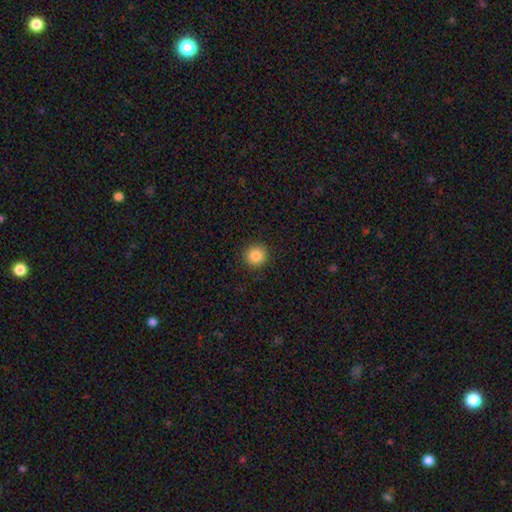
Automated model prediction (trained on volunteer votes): smooth-or-featured: smooth: 85% | star or artifact: 10% | featured or disk: 5%
  how-rounded: round: 94% | in between: 5% | cigar-shaped: 1%
  merging: none: 92% | minor disturbance: 5% | major disturbance: 2% | merger: 1%